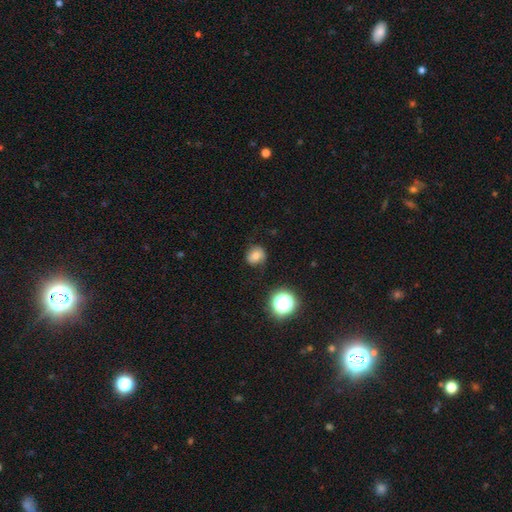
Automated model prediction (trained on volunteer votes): smooth-or-featured: smooth: 69% | featured or disk: 17% | star or artifact: 14%
  how-rounded: round: 76% | in between: 23% | cigar-shaped: 1%
  merging: none: 73% | minor disturbance: 19% | major disturbance: 6% | merger: 2%